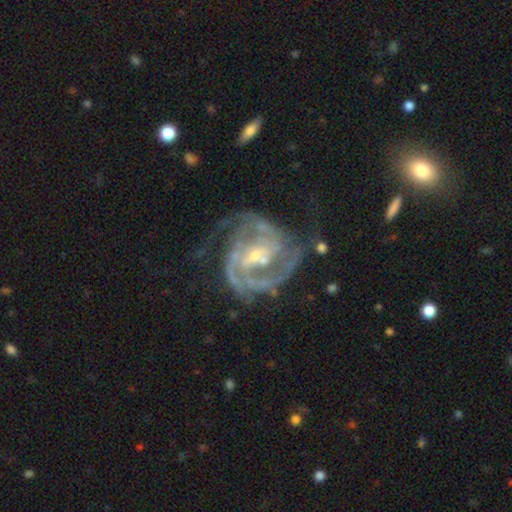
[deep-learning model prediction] smooth_or_featured: featured or disk (p=0.91) [alt: star or artifact p=0.05]
disk_edge_on: no (p=0.98) [alt: yes p=0.02]
bar: weak (p=0.43) [alt: no p=0.37]
has_spiral_arms: yes (p=0.97) [alt: no p=0.03]
spiral_winding: medium (p=0.46) [alt: tight p=0.44]
spiral_arm_count: 2 (p=0.57) [alt: 3 p=0.18]
bulge_size: small (p=0.64) [alt: moderate p=0.29]
merging: none (p=0.55) [alt: minor disturbance p=0.20]